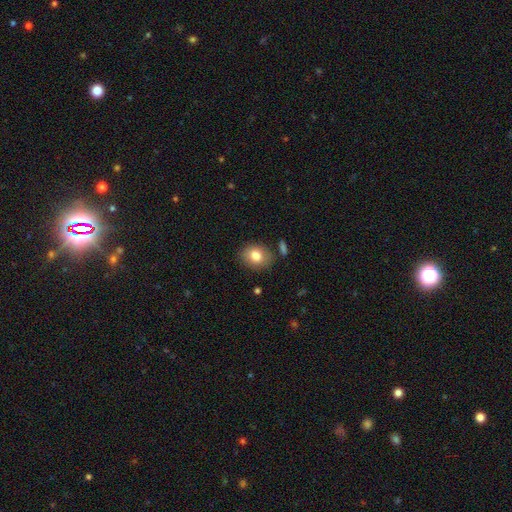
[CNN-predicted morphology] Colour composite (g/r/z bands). It shows a smooth galaxy with no disk features (81%) that is round (51%). Merging: none (82%).